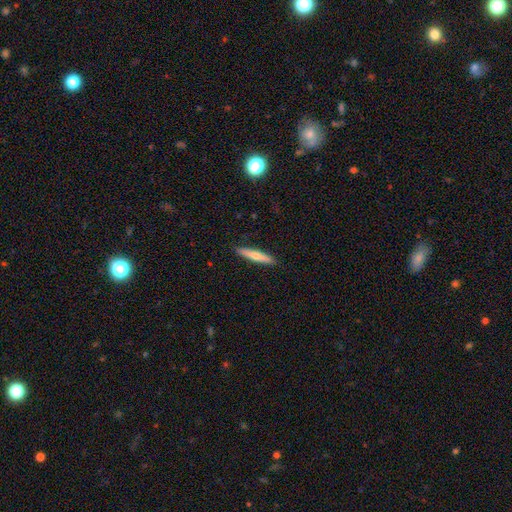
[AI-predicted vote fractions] Smooth or featured: smooth — 56% (featured or disk — 38%)
How rounded: cigar-shaped — 90% (in between — 9%)
Merging: none — 91% (minor disturbance — 7%)